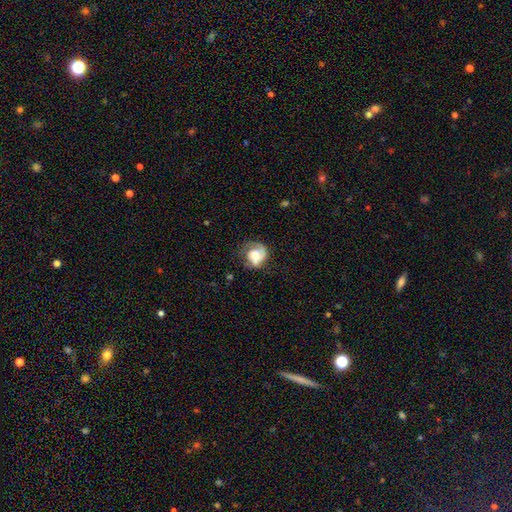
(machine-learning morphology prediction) smooth_or_featured: smooth (p=0.46) [tied with: featured or disk p=0.46]
merging: none (p=0.44) [alt: minor disturbance p=0.27]